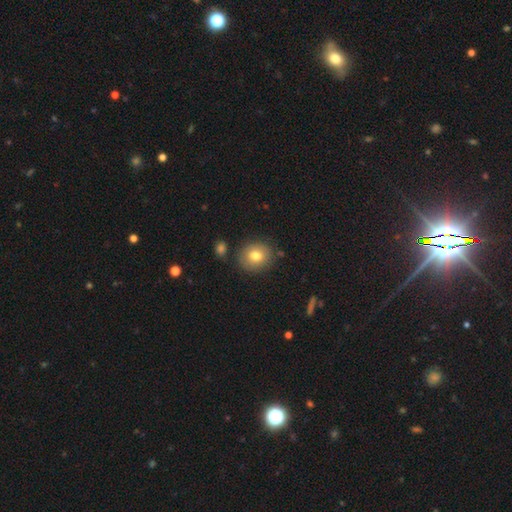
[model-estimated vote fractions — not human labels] This is likely a smooth galaxy (77%). How rounded: likely round (76%). Merging: clearly none (82%).